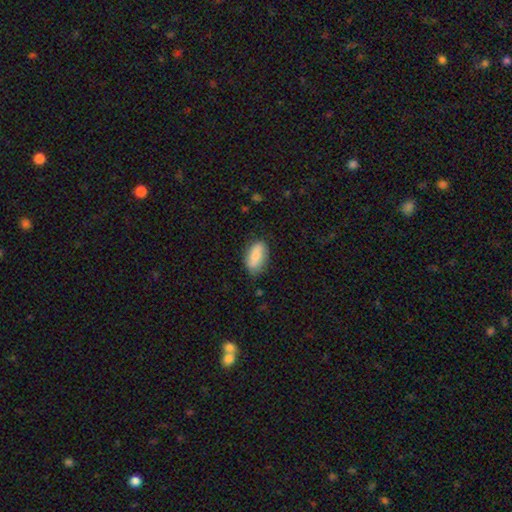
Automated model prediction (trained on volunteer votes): Q: Smooth or featured?
A: smooth (79%); runner-up: featured or disk (15%)
Q: How rounded?
A: in between (89%); runner-up: cigar-shaped (7%)
Q: Merging?
A: none (77%); runner-up: minor disturbance (18%)